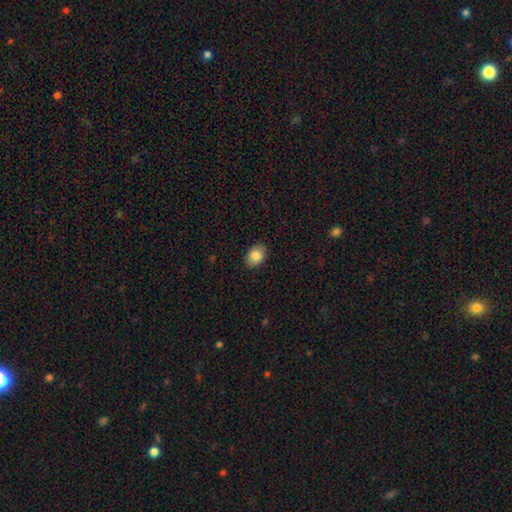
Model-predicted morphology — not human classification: Smooth or featured?
  - smooth: 85% *
  - star or artifact: 8%
  - featured or disk: 7%
How rounded?
  - in between: 75% *
  - round: 24%
  - cigar-shaped: 1%
Merging?
  - none: 87% *
  - minor disturbance: 10%
  - major disturbance: 2%
  - merger: 1%